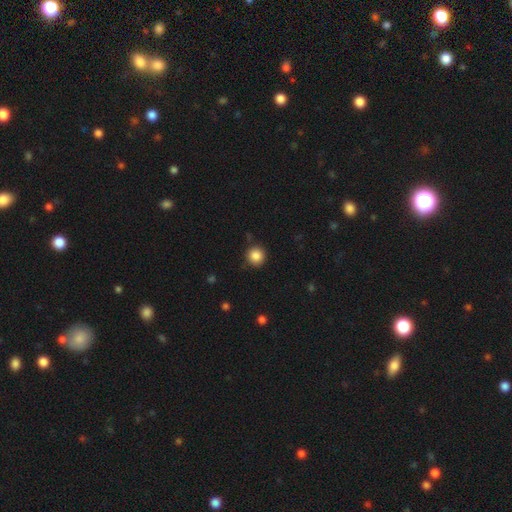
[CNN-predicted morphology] smooth_or_featured: smooth (p=0.86) [alt: star or artifact p=0.10]
how_rounded: round (p=0.95) [alt: in between p=0.04]
merging: none (p=0.87) [alt: minor disturbance p=0.09]